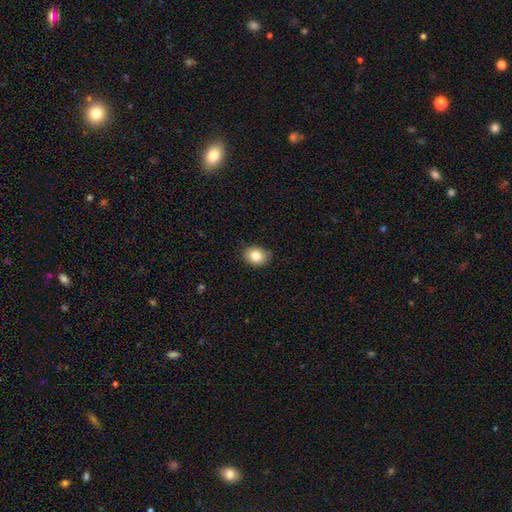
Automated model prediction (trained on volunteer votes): Morphology: type=smooth (82%); roundness=in between (55%); merging=none (83%).